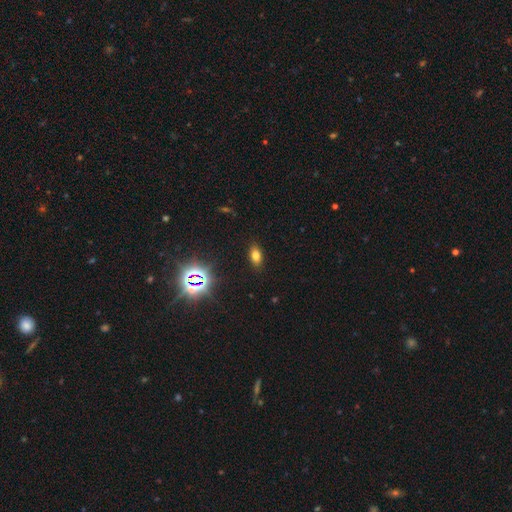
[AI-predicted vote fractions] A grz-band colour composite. It shows a smooth galaxy with no disk features (69%) that is in between round and cigar-shaped (86%). Merging: none (88%).